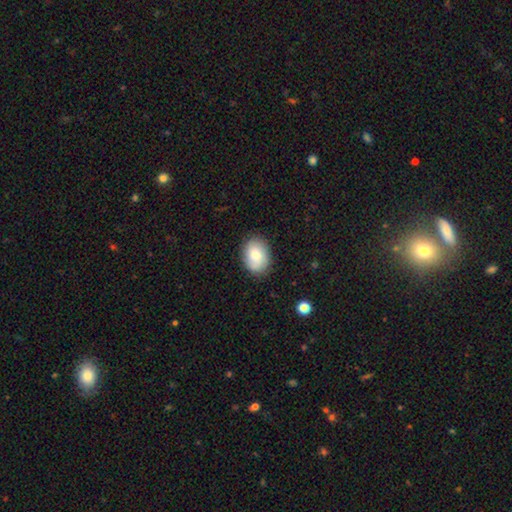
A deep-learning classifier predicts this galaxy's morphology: This appears to be a smooth galaxy with no disk features (83%) that is in between round and cigar-shaped (78%). Merging: none (84%).